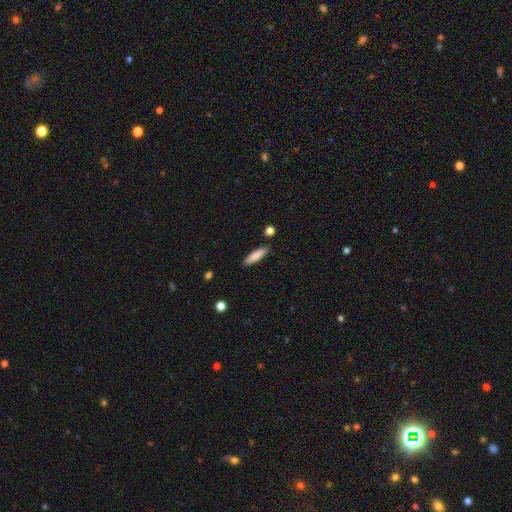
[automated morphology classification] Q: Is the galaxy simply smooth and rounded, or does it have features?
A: smooth — 84%.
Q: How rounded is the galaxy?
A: cigar-shaped — 72%.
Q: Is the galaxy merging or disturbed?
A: none — 88%.